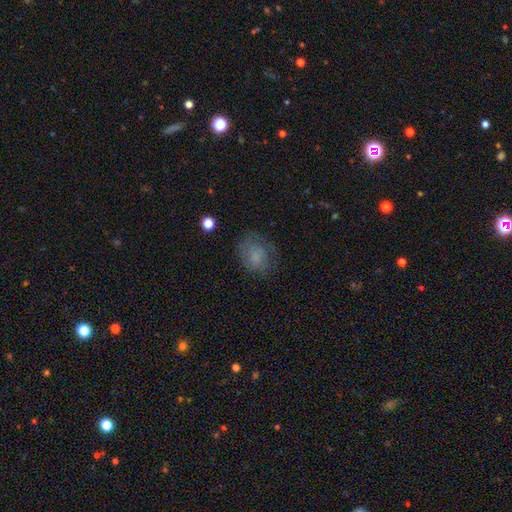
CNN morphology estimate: smooth-or-featured: smooth: 67% | featured or disk: 20% | star or artifact: 13%
  how-rounded: in between: 53% | round: 46% | cigar-shaped: 1%
  merging: none: 61% | minor disturbance: 23% | major disturbance: 14% | merger: 2%